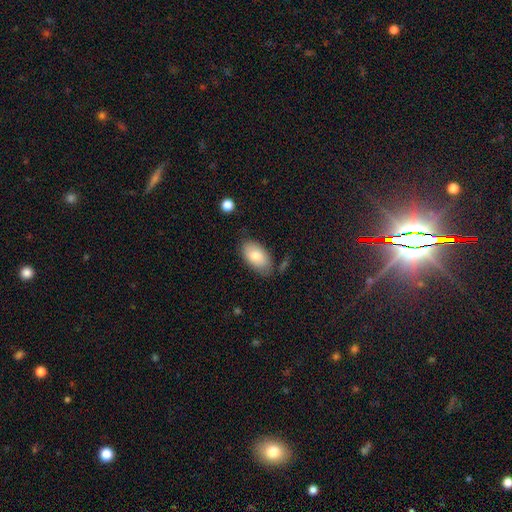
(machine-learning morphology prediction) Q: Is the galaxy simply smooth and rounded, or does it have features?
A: smooth — 79%.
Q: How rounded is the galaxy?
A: in between — 94%.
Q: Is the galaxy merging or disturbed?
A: none — 73%.